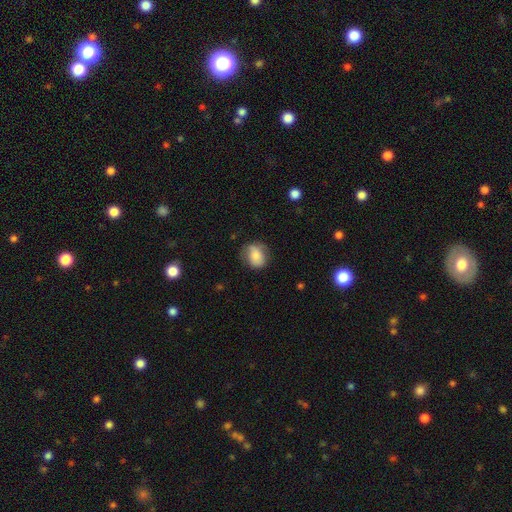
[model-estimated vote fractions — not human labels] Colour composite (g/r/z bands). It shows a smooth galaxy with no disk features (79%) that is in between round and cigar-shaped (57%). Merging: none (67%).